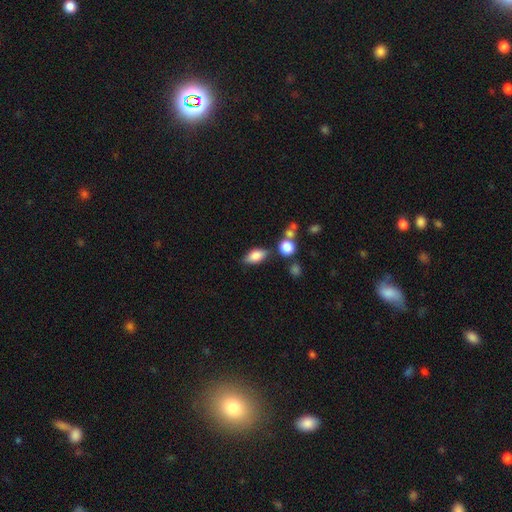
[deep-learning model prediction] The model was most divided on "merging": none: 71%, minor disturbance: 16%, merger: 8%, major disturbance: 5%. More confident: how rounded — in between (86%); smooth or featured — smooth (80%).